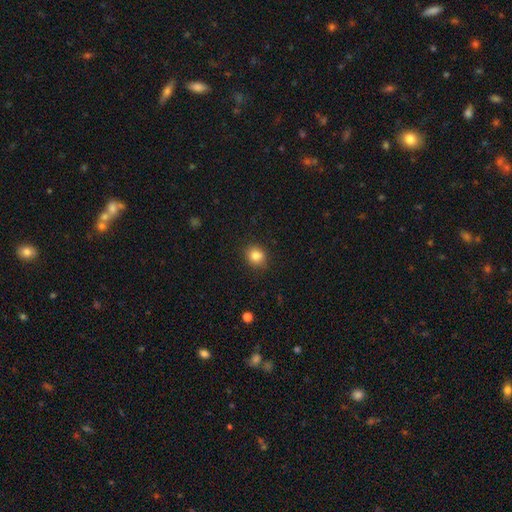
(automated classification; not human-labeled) smooth_or_featured: smooth (p=0.85) [alt: star or artifact p=0.10]
how_rounded: round (p=0.77) [alt: in between p=0.22]
merging: none (p=0.86) [alt: minor disturbance p=0.11]